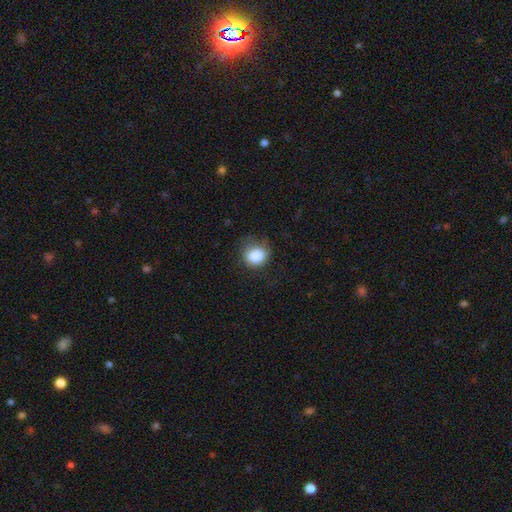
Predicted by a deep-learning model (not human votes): Smooth or featured: smooth — 85% (star or artifact — 9%)
How rounded: round — 73% (in between — 26%)
Merging: none — 66% (minor disturbance — 24%)